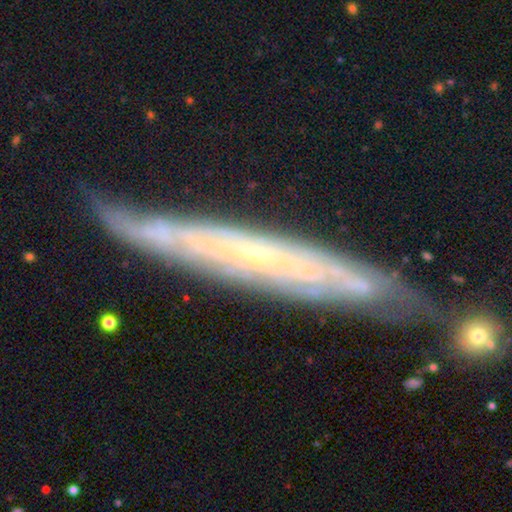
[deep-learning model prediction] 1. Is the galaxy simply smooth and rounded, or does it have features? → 77% featured or disk, 14% smooth, 9% star or artifact.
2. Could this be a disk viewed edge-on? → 66% yes, 34% no.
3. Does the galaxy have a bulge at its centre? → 66% none, 30% rounded, 4% boxy.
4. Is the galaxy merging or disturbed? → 72% none, 19% minor disturbance, 5% major disturbance, 4% merger.